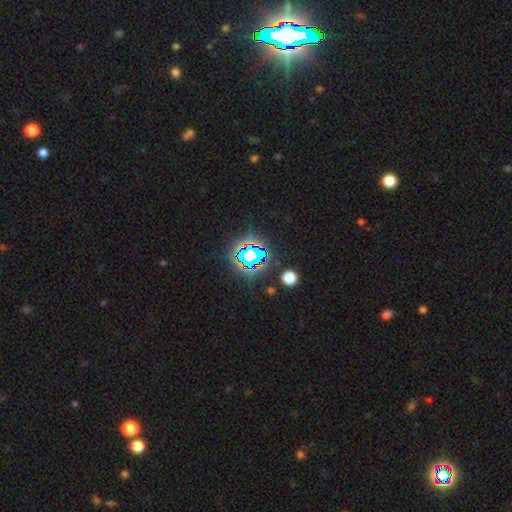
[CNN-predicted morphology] This is likely a star or artifact rather than a galaxy (78%).